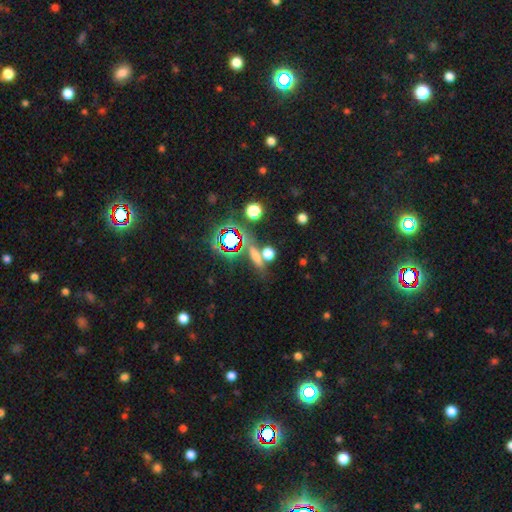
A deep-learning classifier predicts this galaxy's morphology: This is possibly a smooth galaxy (48%). Merging: likely none (67%).